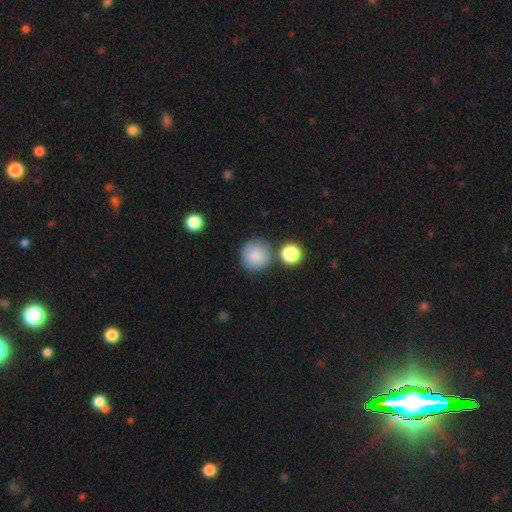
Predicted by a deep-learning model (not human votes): A smooth galaxy with no disk features (86%) that is round (94%). Merging: none (79%).